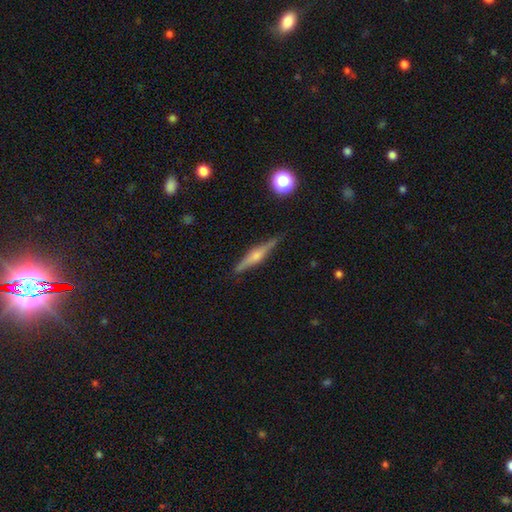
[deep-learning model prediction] Smooth or featured? Predicted: featured or disk (p=0.72). Edge-on disk? Predicted: yes (p=0.97). Edge-on bulge? Predicted: rounded (p=0.83). Merging? Predicted: none (p=0.87).